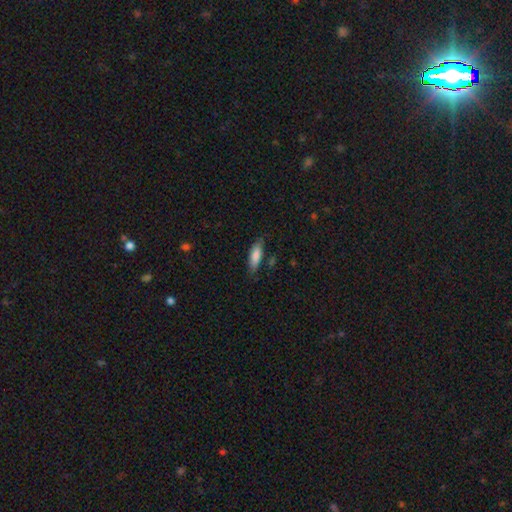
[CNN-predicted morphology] A smooth galaxy with no disk features (83%) that is in between round and cigar-shaped (59%).

Vote fractions:
- Smooth or featured? smooth: 83% / featured or disk: 11% / star or artifact: 6%
- How rounded? in between: 59% / cigar-shaped: 39% / round: 2%
- Merging? none: 74% / minor disturbance: 20% / major disturbance: 4% / merger: 2%